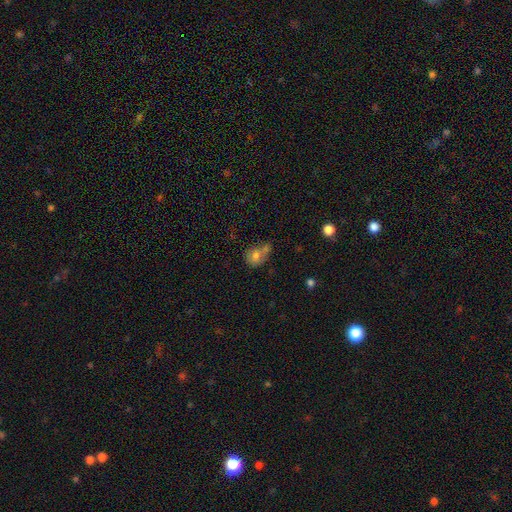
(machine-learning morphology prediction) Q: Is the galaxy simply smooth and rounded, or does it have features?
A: smooth — 72%.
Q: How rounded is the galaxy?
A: round — 57%.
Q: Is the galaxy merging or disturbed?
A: merger — 38%.